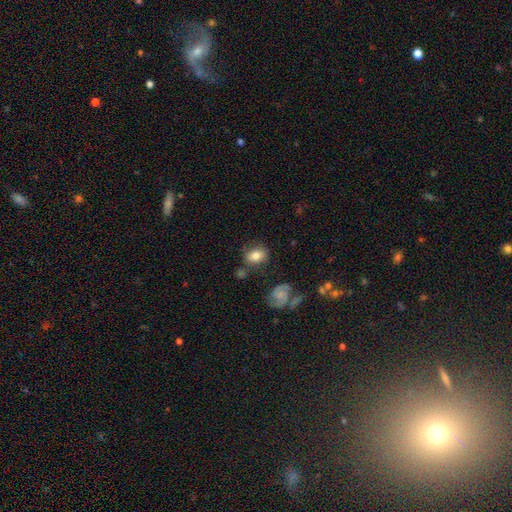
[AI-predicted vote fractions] Overall: smooth (76%). How rounded: in between (61%; round 37%). Merging: none (68%).